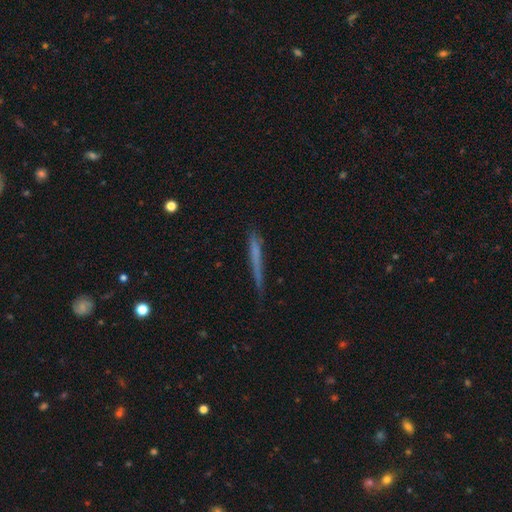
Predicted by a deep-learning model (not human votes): A smooth galaxy with no disk features (57%) that is cigar-shaped (96%).

Vote fractions:
- Smooth or featured? smooth: 57% / featured or disk: 34% / star or artifact: 8%
- How rounded? cigar-shaped: 96% / in between: 2% / round: 1%
- Merging? none: 75% / minor disturbance: 19% / major disturbance: 4% / merger: 2%